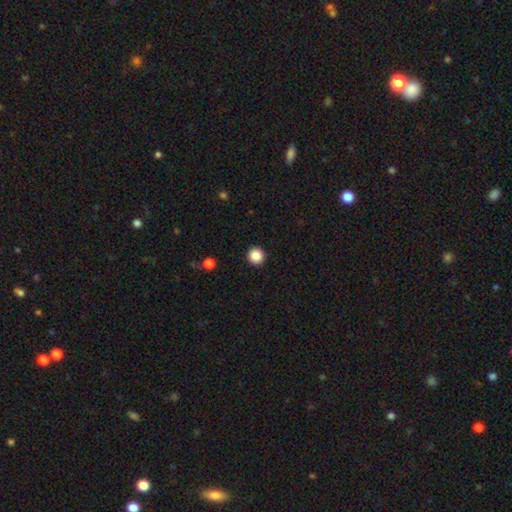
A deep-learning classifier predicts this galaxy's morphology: Smooth or featured: smooth — 87% (star or artifact — 10%)
How rounded: round — 95% (in between — 4%)
Merging: none — 93% (minor disturbance — 4%)